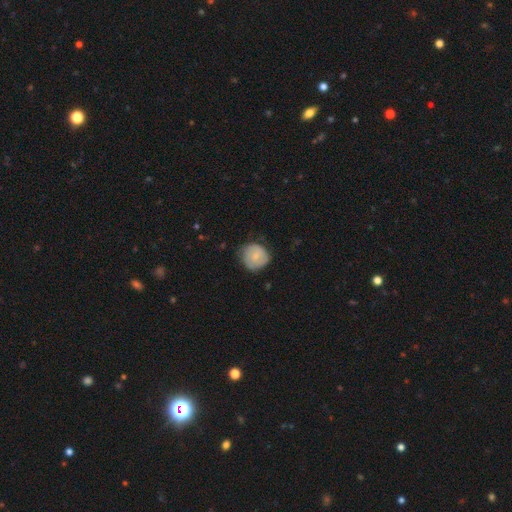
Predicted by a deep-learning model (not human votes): A smooth galaxy with no disk features (69%) that is round (87%). Merging: none (65%).